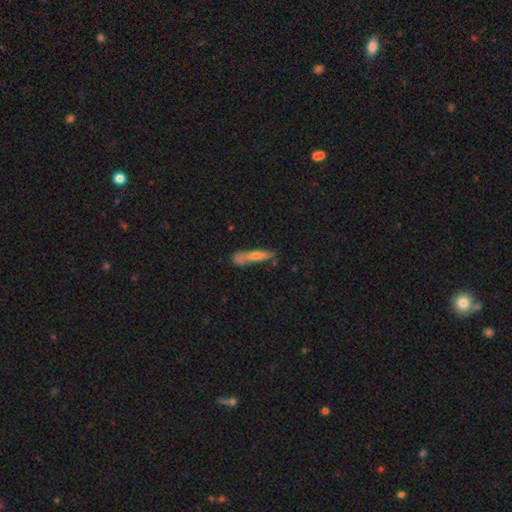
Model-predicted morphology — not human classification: type=smooth (59%); roundness=cigar-shaped (85%); merging=none (54%).